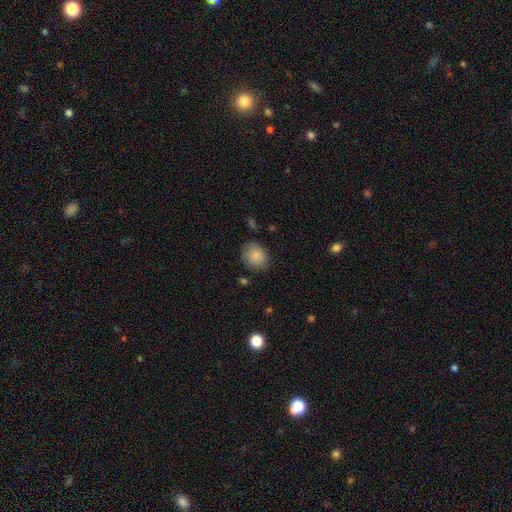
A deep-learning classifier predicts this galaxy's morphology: A smooth galaxy with no disk features (85%) that is round (64%). Merging: none (77%).